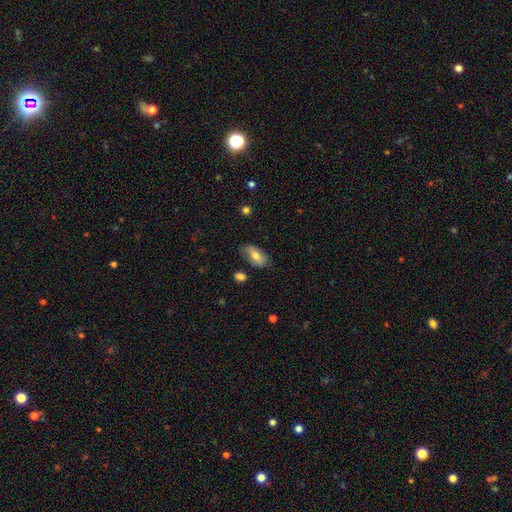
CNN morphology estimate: Smooth or featured? Predicted: smooth (p=0.72). How rounded? Predicted: in between (p=0.90). Merging? Predicted: none (p=0.72).